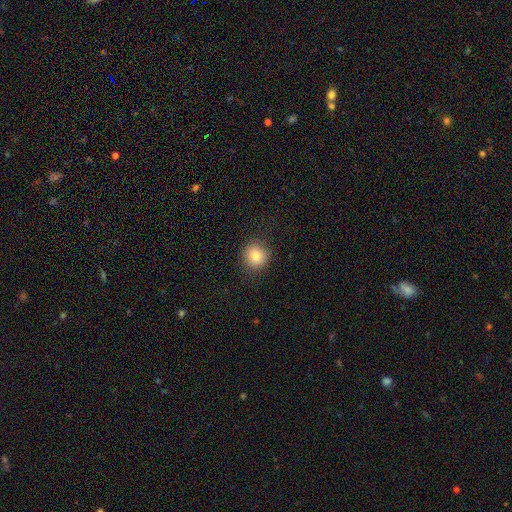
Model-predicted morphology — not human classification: A smooth galaxy with no disk features (82%) that is round (90%). Merging: none (88%).